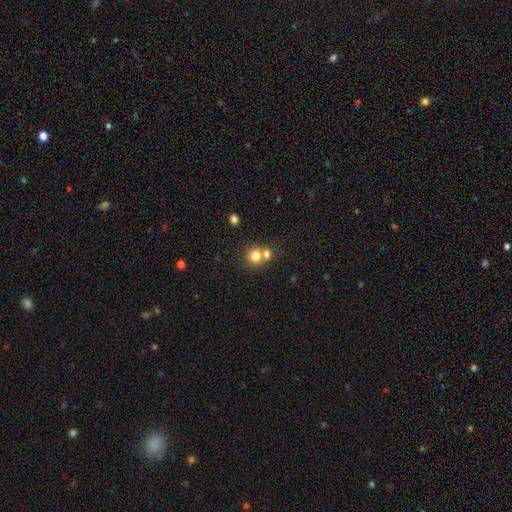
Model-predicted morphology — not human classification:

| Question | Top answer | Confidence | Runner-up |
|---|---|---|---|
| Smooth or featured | smooth | 78% | star or artifact (11%) |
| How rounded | round | 84% | in between (16%) |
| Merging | merger | 48% | none (43%) |